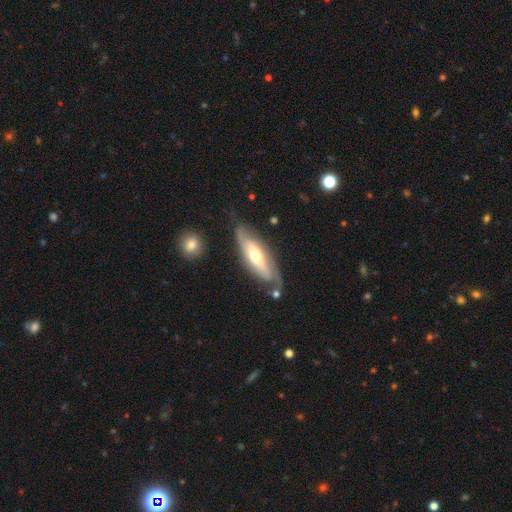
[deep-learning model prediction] Morphology: type=featured or disk (65%); edge-on=no (67%); merging=none (65%).